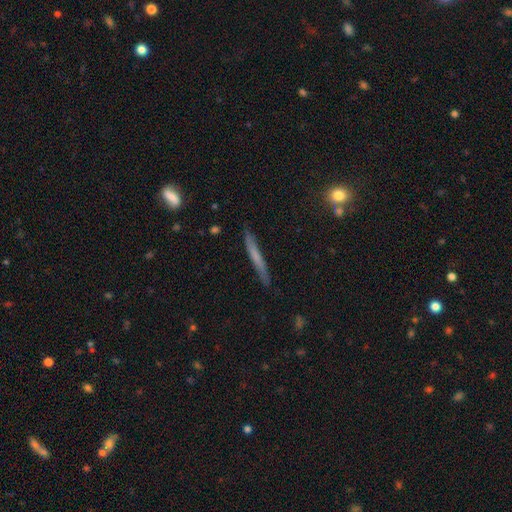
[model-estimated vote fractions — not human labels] Q: Smooth or featured?
A: smooth (52%); runner-up: featured or disk (41%)
Q: How rounded?
A: cigar-shaped (96%); runner-up: in between (3%)
Q: Merging?
A: none (85%); runner-up: minor disturbance (11%)